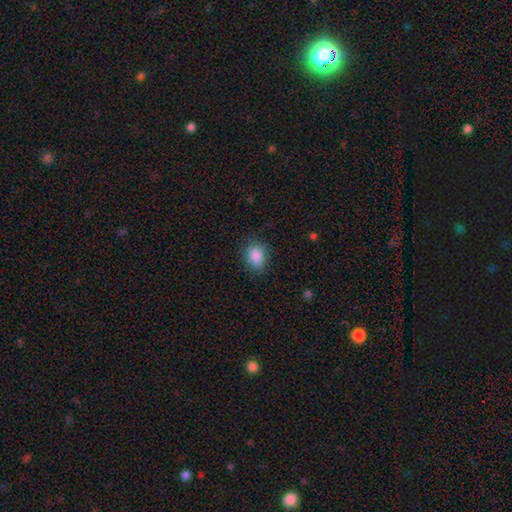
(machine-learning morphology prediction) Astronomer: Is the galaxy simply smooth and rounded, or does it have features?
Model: smooth — 88%.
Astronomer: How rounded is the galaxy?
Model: in between — 69%.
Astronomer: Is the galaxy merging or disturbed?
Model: none — 80%.